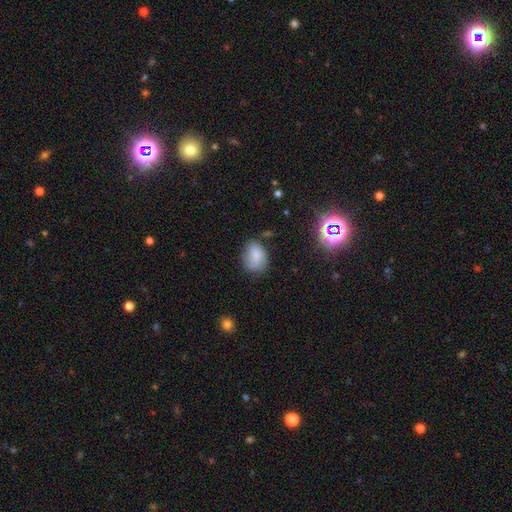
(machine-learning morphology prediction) The model was most divided on "merging": none: 54%, minor disturbance: 31%, major disturbance: 11%, merger: 4%. More confident: smooth or featured — smooth (72%); how rounded — in between (71%).